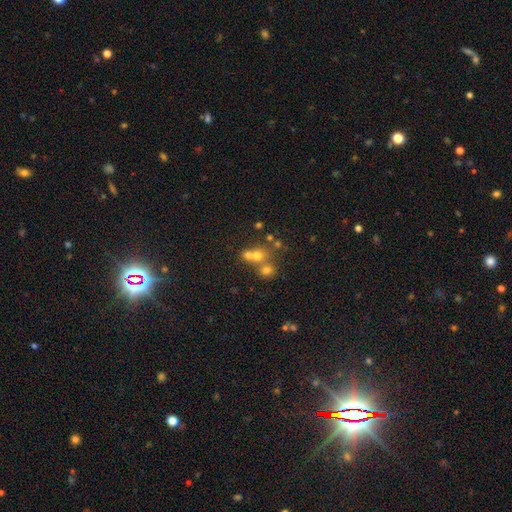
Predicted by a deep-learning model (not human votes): Smooth or featured?
  - smooth: 60% *
  - star or artifact: 20%
  - featured or disk: 19%
How rounded?
  - round: 79% *
  - in between: 20%
  - cigar-shaped: 1%
Merging?
  - merger: 52% *
  - none: 38%
  - minor disturbance: 7%
  - major disturbance: 4%